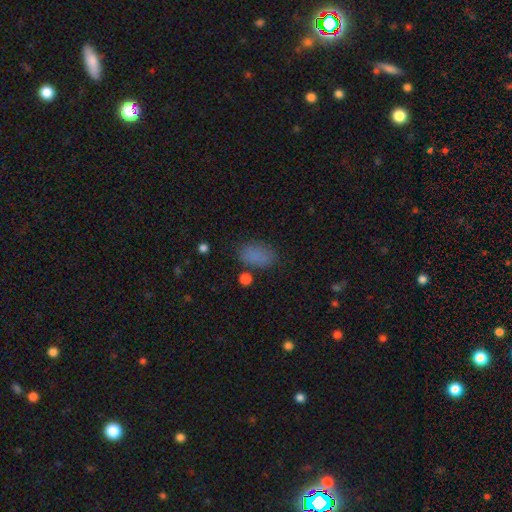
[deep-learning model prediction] Overall: smooth (80%). How rounded: in between (89%). Merging: none (74%).